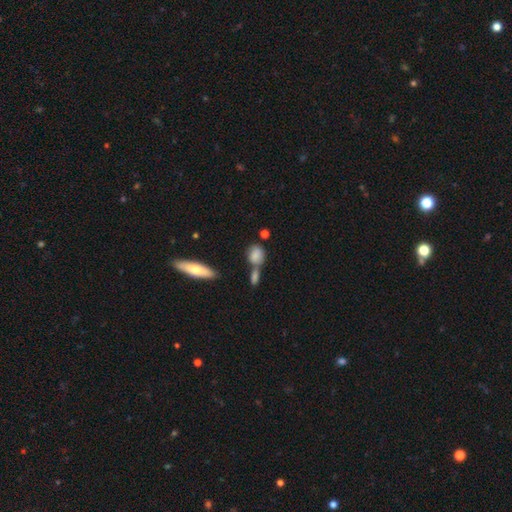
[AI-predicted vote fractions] Smooth or featured? smooth (80%)
How rounded? in between (51%)
Merging? none (43%)